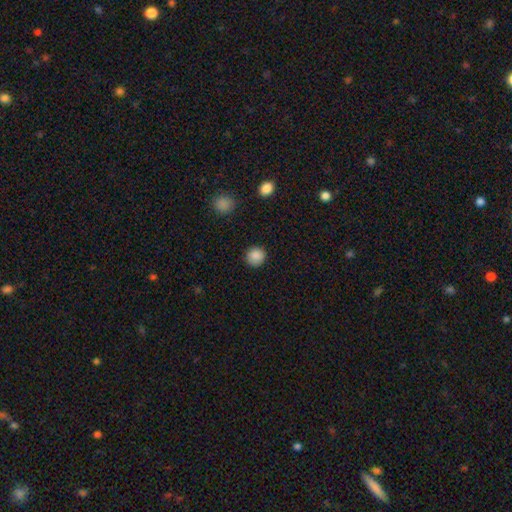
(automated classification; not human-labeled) The model was most divided on "smooth or featured": smooth: 87%, star or artifact: 9%, featured or disk: 3%. More confident: how rounded — round (90%); merging — none (89%).